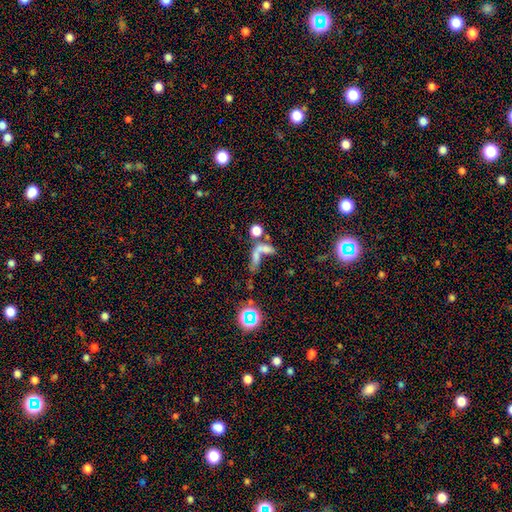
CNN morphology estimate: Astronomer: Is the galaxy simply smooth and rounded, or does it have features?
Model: smooth — 39% (runner-up: featured or disk, 33%).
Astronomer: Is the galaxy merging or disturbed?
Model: merger — 41% (runner-up: none, 30%).